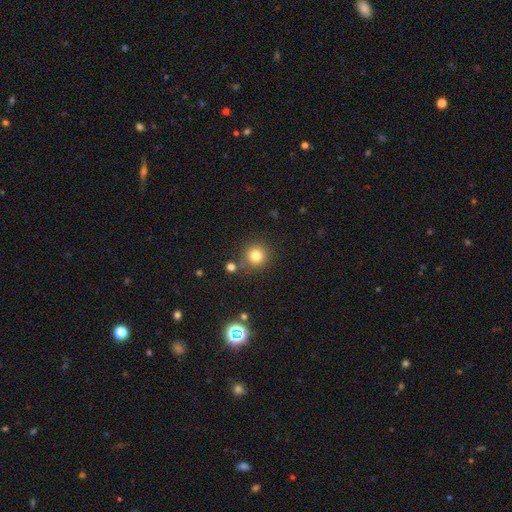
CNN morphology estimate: This is likely a smooth galaxy (78%). How rounded: clearly round (94%). Merging: clearly none (83%).